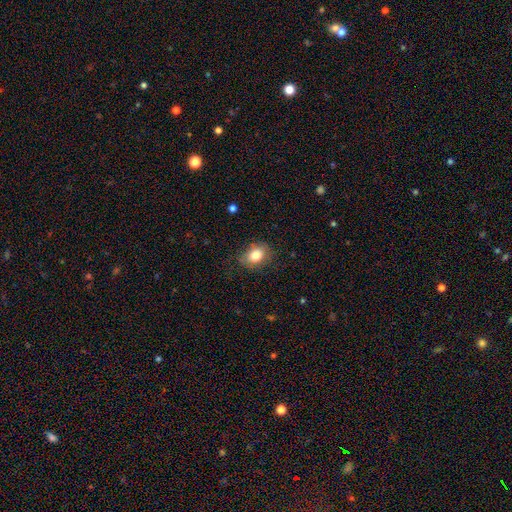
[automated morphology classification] This is clearly a smooth galaxy (81%). How rounded: likely in between (70%). Merging: likely none (75%).